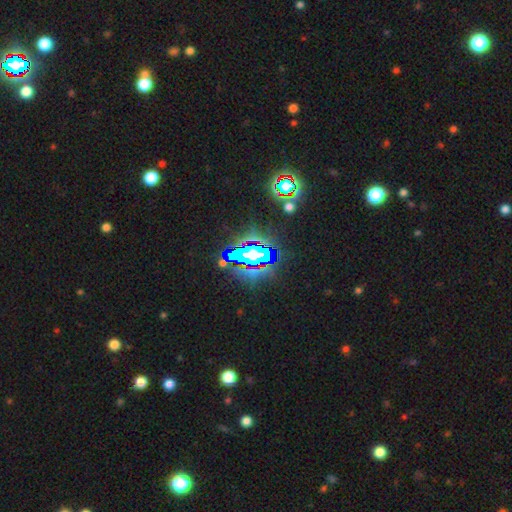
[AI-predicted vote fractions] Smooth or featured? star or artifact (75%)